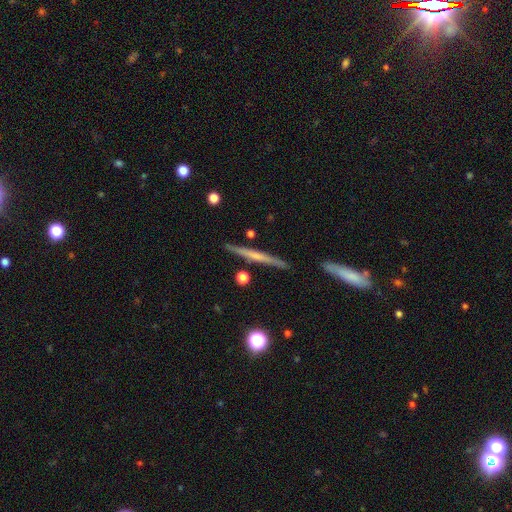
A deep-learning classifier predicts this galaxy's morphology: A featured or disk galaxy (56%) viewed edge-on (97%) with no central bulge (67%). Merging: none (89%).